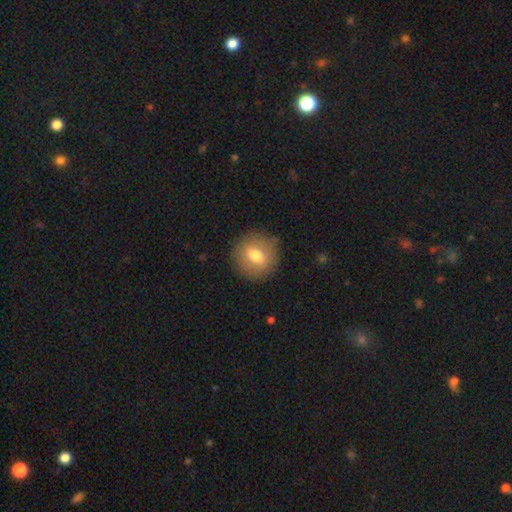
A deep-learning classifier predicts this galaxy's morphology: This is likely a smooth galaxy (69%). How rounded: clearly round (88%). Merging: clearly none (87%).